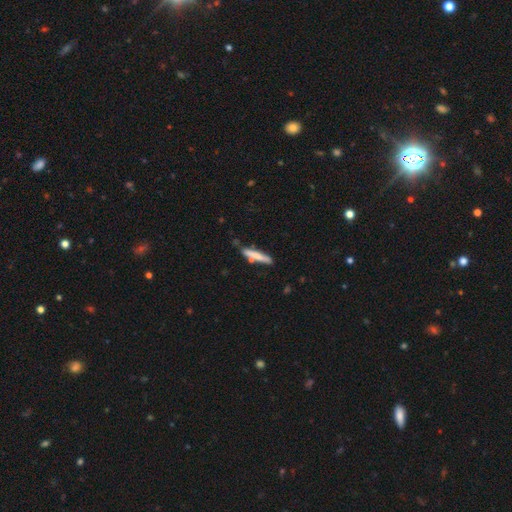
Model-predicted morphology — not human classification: This appears to be a smooth galaxy with no disk features (66%) that is cigar-shaped (92%). Merging: none (75%).